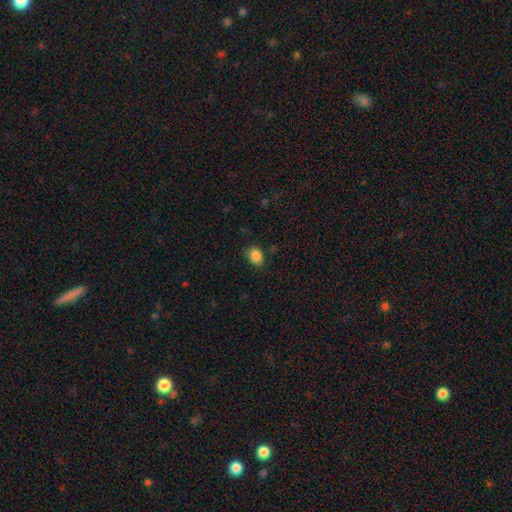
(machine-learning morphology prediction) This appears to be a smooth galaxy with no disk features (86%) that is in between round and cigar-shaped (58%). Merging: none (76%).